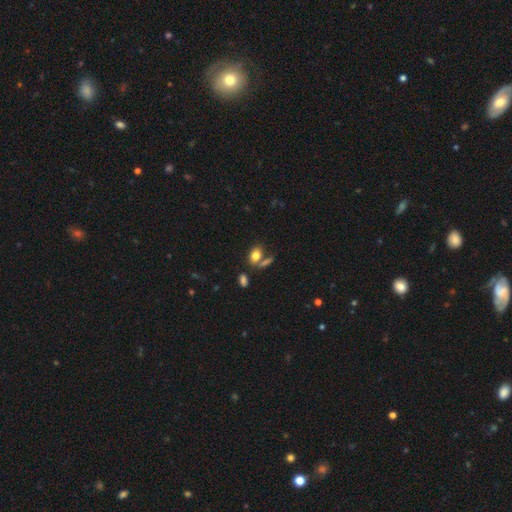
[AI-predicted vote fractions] The model was most divided on "merging": none: 58%, merger: 25%, minor disturbance: 12%, major disturbance: 5%. More confident: how rounded — in between (82%); smooth or featured — smooth (80%).